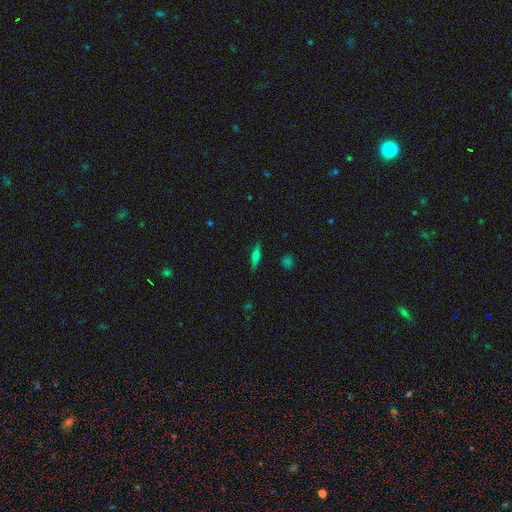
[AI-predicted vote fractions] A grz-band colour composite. It shows a featured or disk galaxy (53%) viewed edge-on (95%) with a rounded central bulge (76%). Merging: none (86%).